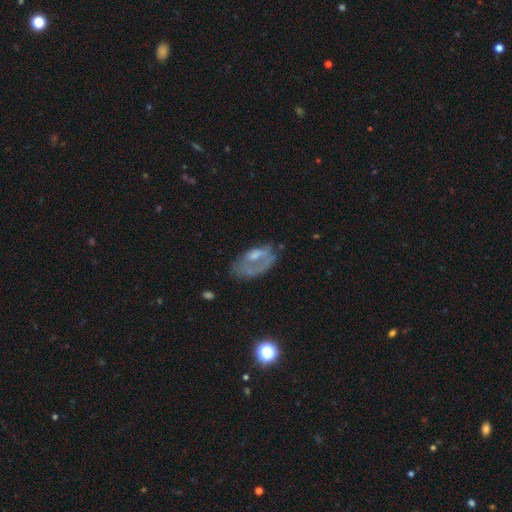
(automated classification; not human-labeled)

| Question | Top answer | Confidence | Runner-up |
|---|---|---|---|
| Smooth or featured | featured or disk | 54% | smooth (34%) |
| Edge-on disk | no | 93% | yes (7%) |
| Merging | none | 41% | major disturbance (33%) |